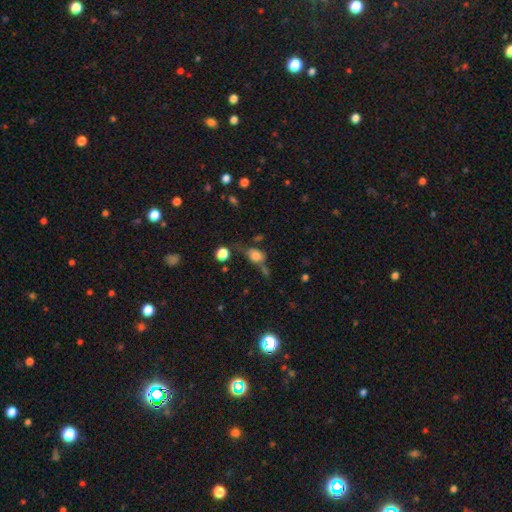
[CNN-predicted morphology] smooth_or_featured: smooth (p=0.71) [alt: featured or disk p=0.16]
how_rounded: in between (p=0.63) [alt: round p=0.32]
merging: none (p=0.43) [alt: minor disturbance p=0.26]